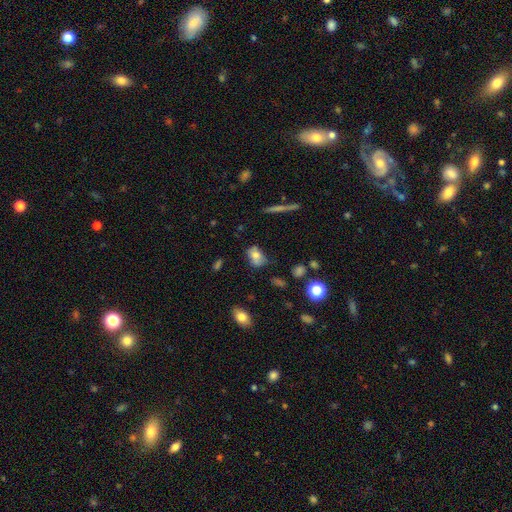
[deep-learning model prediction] Smooth or featured? Predicted: smooth (p=0.71). How rounded? Predicted: in between (p=0.81). Merging? Predicted: none (p=0.52).